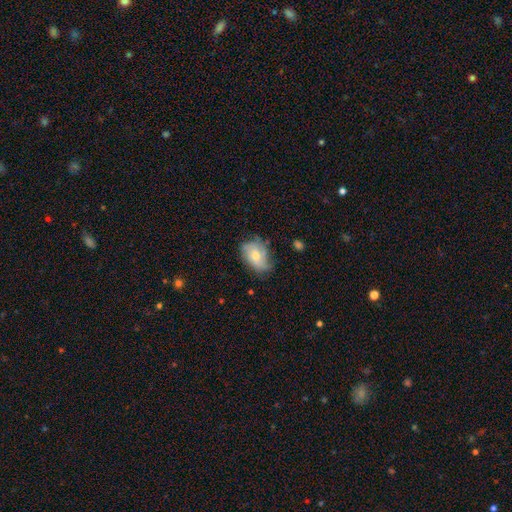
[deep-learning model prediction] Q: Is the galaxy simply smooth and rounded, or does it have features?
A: featured or disk — 53%.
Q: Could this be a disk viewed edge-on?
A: no — 96%.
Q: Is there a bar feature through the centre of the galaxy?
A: no — 76%.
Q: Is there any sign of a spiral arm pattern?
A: yes — 82%.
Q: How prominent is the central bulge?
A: moderate — 54%.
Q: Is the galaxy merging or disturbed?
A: none — 60%.